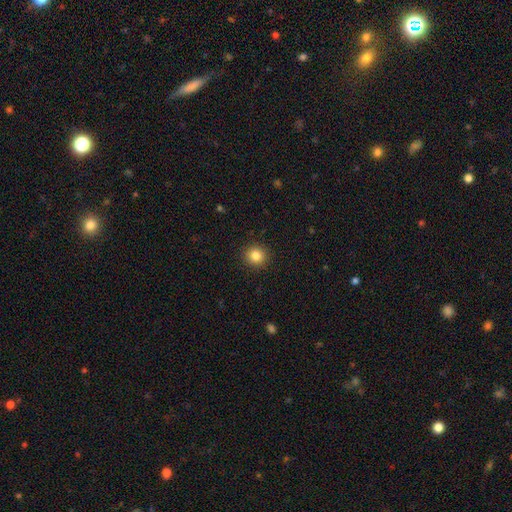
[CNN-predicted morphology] Smooth or featured?
  - smooth: 84% *
  - star or artifact: 11%
  - featured or disk: 5%
How rounded?
  - round: 92% *
  - in between: 7%
  - cigar-shaped: 1%
Merging?
  - none: 92% *
  - minor disturbance: 5%
  - major disturbance: 2%
  - merger: 1%